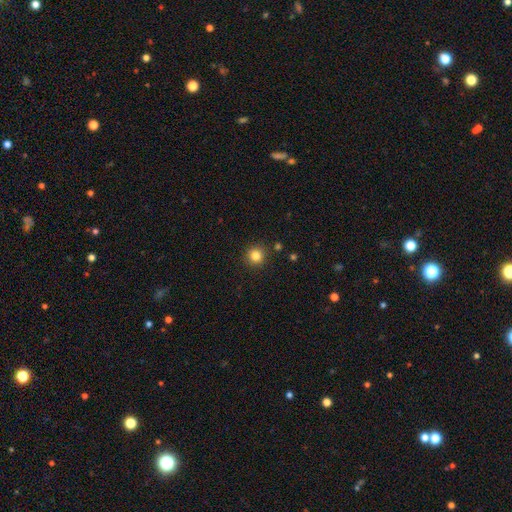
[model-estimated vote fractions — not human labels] Smooth or featured: smooth — 83% (star or artifact — 12%)
How rounded: round — 94% (in between — 5%)
Merging: none — 90% (minor disturbance — 6%)